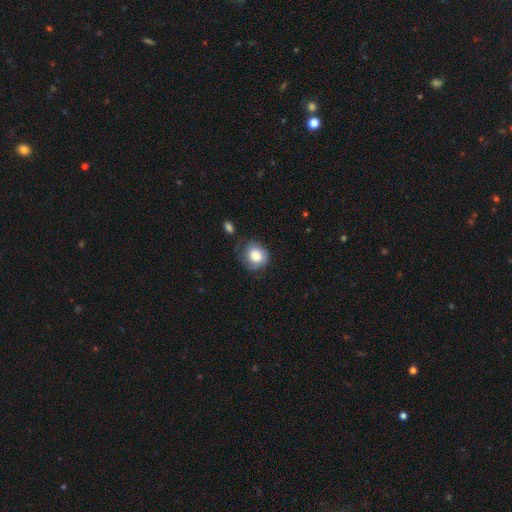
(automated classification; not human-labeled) A smooth galaxy with no disk features (68%) that is round (78%).

Vote fractions:
- Smooth or featured? smooth: 68% / featured or disk: 24% / star or artifact: 8%
- How rounded? round: 78% / in between: 21% / cigar-shaped: 1%
- Merging? none: 61% / minor disturbance: 26% / major disturbance: 10% / merger: 3%